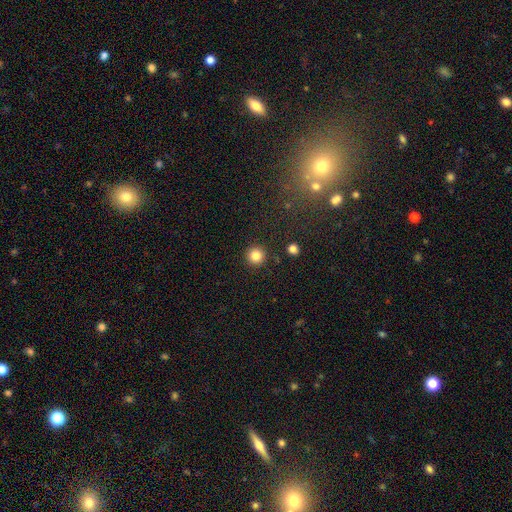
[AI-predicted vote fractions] Q: Smooth or featured?
A: smooth (84%); runner-up: star or artifact (11%)
Q: How rounded?
A: round (95%); runner-up: in between (4%)
Q: Merging?
A: none (91%); runner-up: minor disturbance (5%)